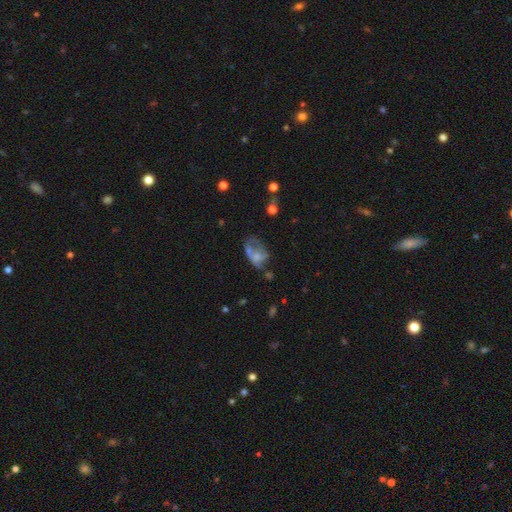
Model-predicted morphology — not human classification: Q: Smooth or featured?
A: smooth (45%); runner-up: featured or disk (43%)
Q: Merging?
A: major disturbance (41%); runner-up: none (23%)